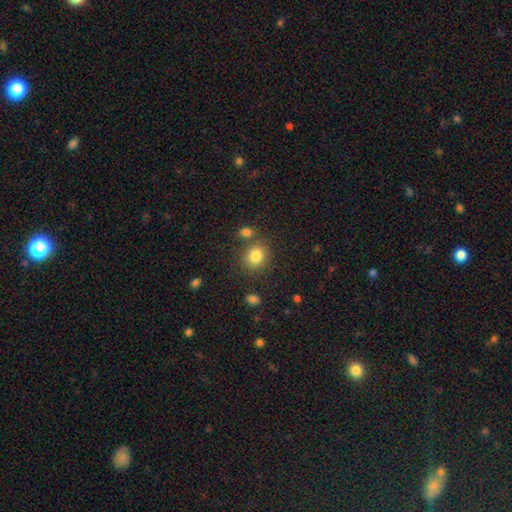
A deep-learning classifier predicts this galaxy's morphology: This appears to be a smooth galaxy with no disk features (82%) that is round (74%). Merging: none (73%).